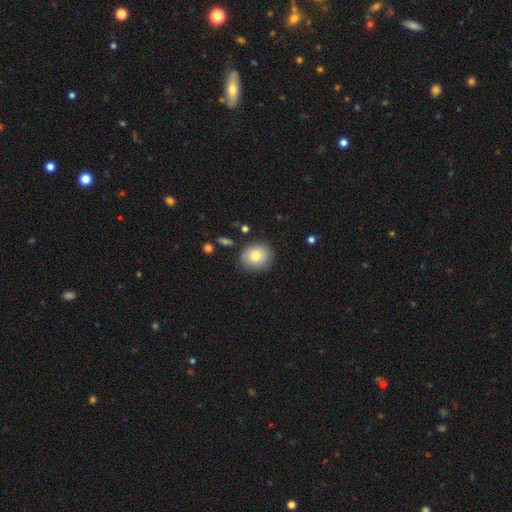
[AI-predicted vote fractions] Overall: smooth (78%). How rounded: round (79%). Merging: none (82%).